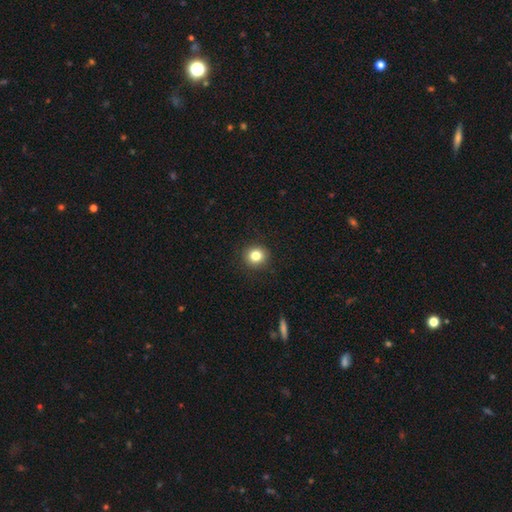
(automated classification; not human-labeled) Smooth or featured: smooth — 83% (star or artifact — 11%)
How rounded: round — 91% (in between — 8%)
Merging: none — 92% (minor disturbance — 5%)